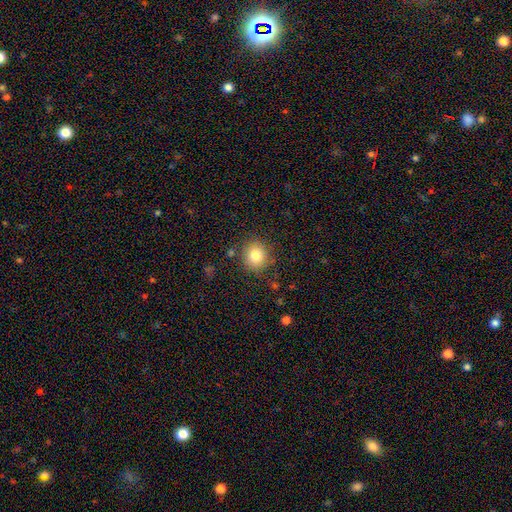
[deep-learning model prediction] smooth_or_featured: smooth (p=0.81) [alt: star or artifact p=0.11]
how_rounded: round (p=0.86) [alt: in between p=0.13]
merging: none (p=0.85) [alt: minor disturbance p=0.09]